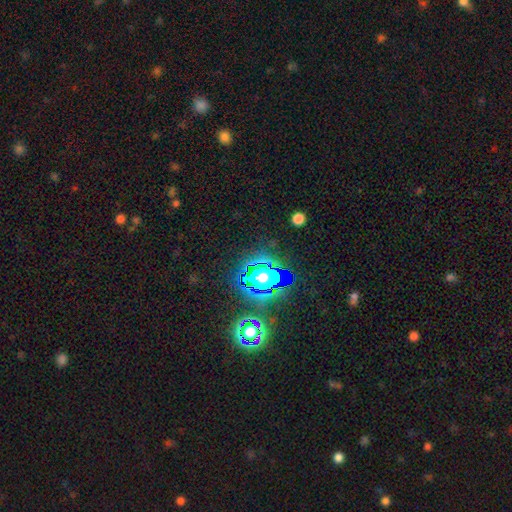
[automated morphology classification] The model was most divided on "smooth or featured": star or artifact: 82%, smooth: 11%, featured or disk: 6%.